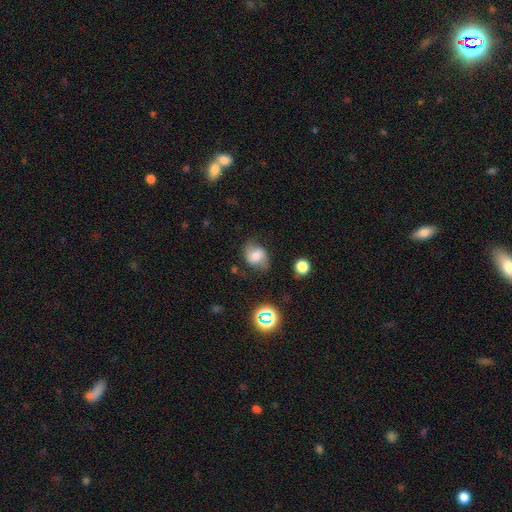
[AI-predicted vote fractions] A smooth galaxy with no disk features (61%) that is in between round and cigar-shaped (53%).

Vote fractions:
- Smooth or featured? smooth: 61% / featured or disk: 27% / star or artifact: 13%
- How rounded? in between: 53% / round: 46% / cigar-shaped: 1%
- Merging? none: 62% / minor disturbance: 26% / major disturbance: 10% / merger: 2%